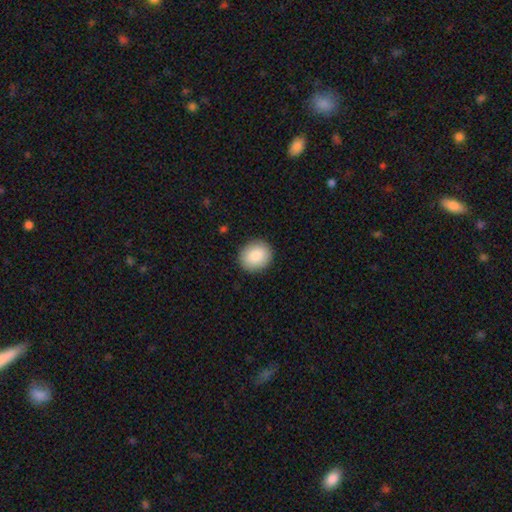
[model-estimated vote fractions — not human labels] smooth 88%, star or artifact 7%, featured or disk 5%. Down the decision tree: how rounded — round (70%); merging — none (90%).